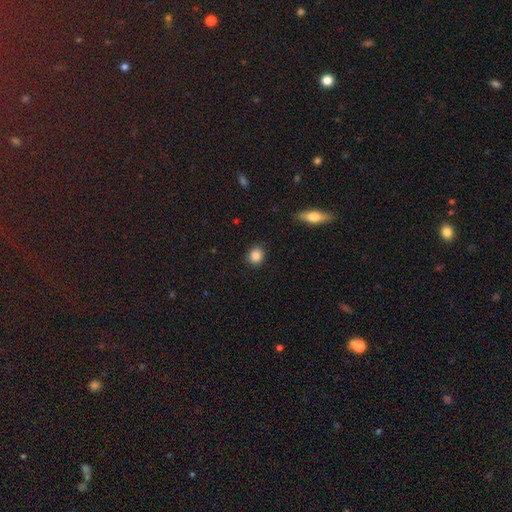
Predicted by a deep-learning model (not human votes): A smooth galaxy with no disk features (87%) that is round (73%). Merging: none (87%).